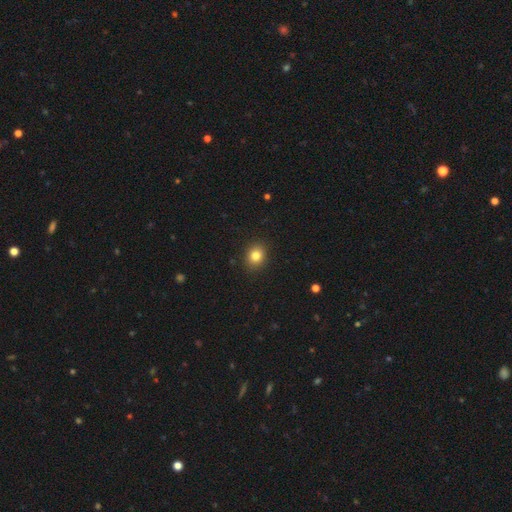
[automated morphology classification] Q: Smooth or featured?
A: smooth (83%); runner-up: star or artifact (11%)
Q: How rounded?
A: round (58%); runner-up: in between (41%)
Q: Merging?
A: none (90%); runner-up: minor disturbance (7%)